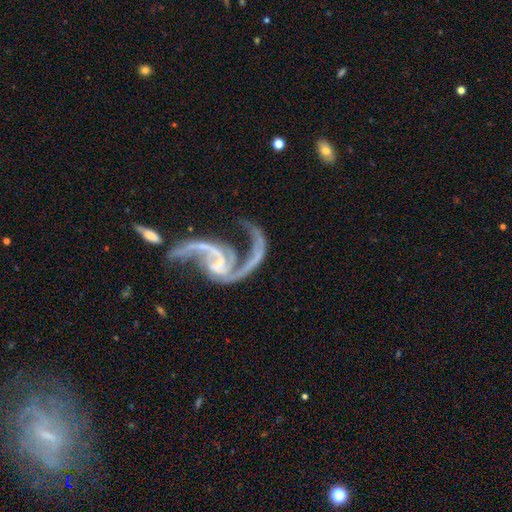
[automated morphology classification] Smooth or featured: featured or disk — 92% (star or artifact — 5%)
Edge-on disk: no — 98% (yes — 2%)
Bar: no — 42% (weak — 40%)
Spiral arms: yes — 97% (no — 3%)
Spiral winding: loose — 71% (medium — 23%)
Spiral arm count: 2 — 88% (1 — 4%)
Bulge size: small — 61% (none — 22%)
Merging: none — 40% (major disturbance — 32%)